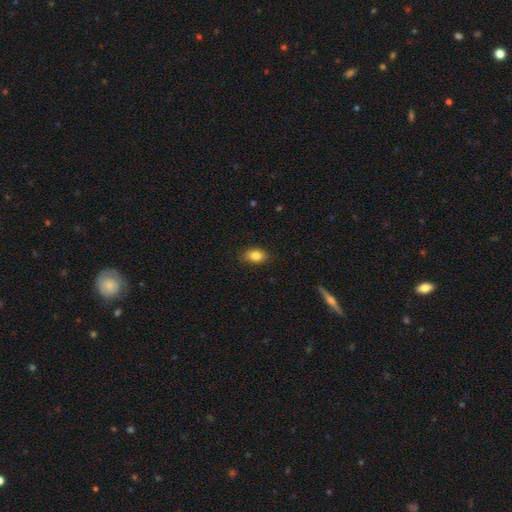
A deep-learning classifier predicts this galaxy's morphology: The model was most divided on "how rounded": in between: 81%, round: 17%, cigar-shaped: 2%. More confident: merging — none (85%); smooth or featured — smooth (84%).